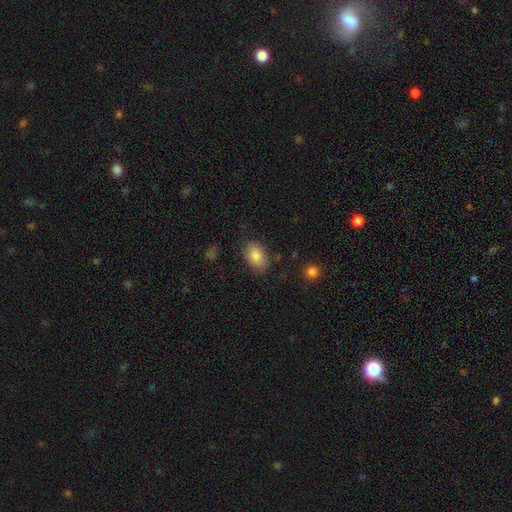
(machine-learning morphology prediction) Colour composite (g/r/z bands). It shows a smooth galaxy with no disk features (85%) that is in between round and cigar-shaped (88%). Merging: none (80%).